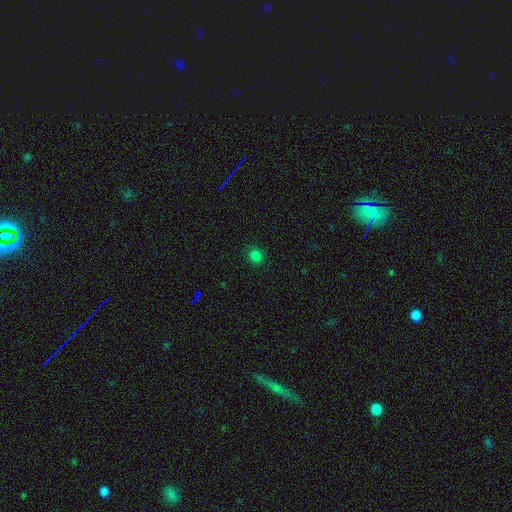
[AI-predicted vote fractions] Smooth or featured? Predicted: smooth (p=0.80). How rounded? Predicted: round (p=0.80). Merging? Predicted: none (p=0.90).